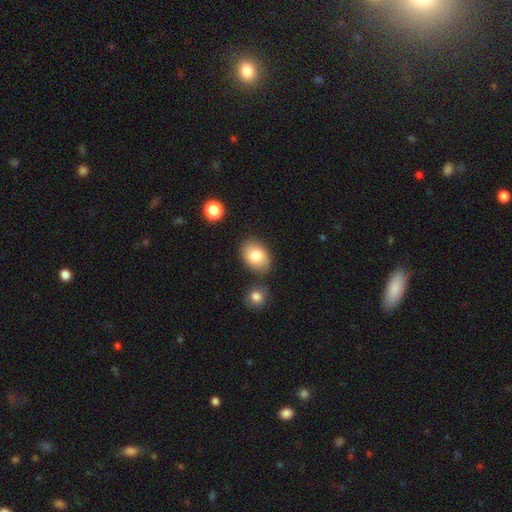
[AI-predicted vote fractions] Smooth or featured?
  - smooth: 82% *
  - featured or disk: 11%
  - star or artifact: 7%
How rounded?
  - in between: 78% *
  - round: 21%
  - cigar-shaped: 1%
Merging?
  - none: 78% *
  - minor disturbance: 11%
  - merger: 8%
  - major disturbance: 3%